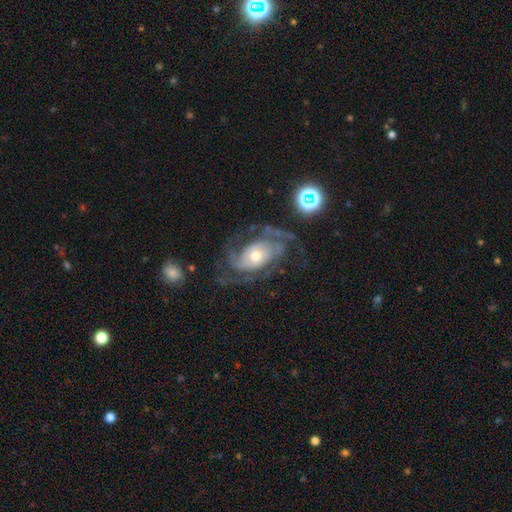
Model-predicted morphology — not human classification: Smooth or featured: featured or disk — 84% (smooth — 9%)
Edge-on disk: no — 97% (yes — 3%)
Bar: no — 70% (weak — 24%)
Spiral arms: yes — 94% (no — 6%)
Spiral winding: medium — 45% (tight — 36%)
Spiral arm count: 2 — 40% (3 — 23%)
Bulge size: moderate — 65% (small — 23%)
Merging: none — 57% (major disturbance — 21%)